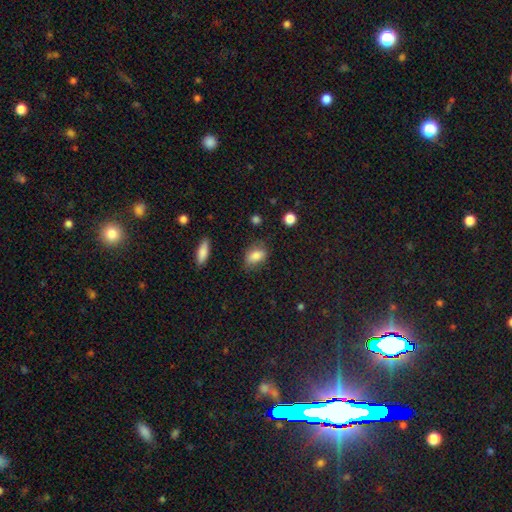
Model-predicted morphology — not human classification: Smooth or featured? Predicted: smooth (p=0.83). How rounded? Predicted: in between (p=0.83). Merging? Predicted: none (p=0.63).